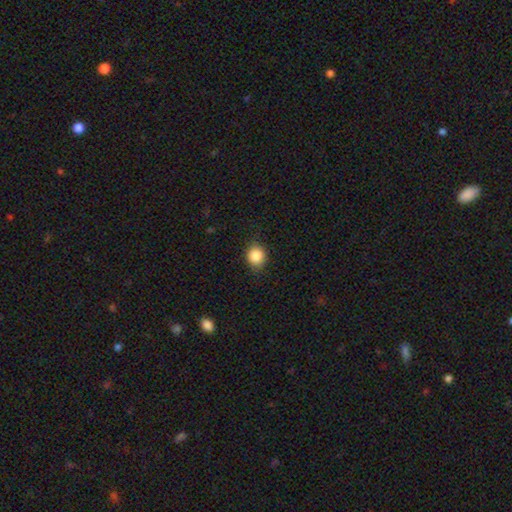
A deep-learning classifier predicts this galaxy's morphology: Smooth or featured? smooth (87%)
How rounded? round (80%)
Merging? none (84%)